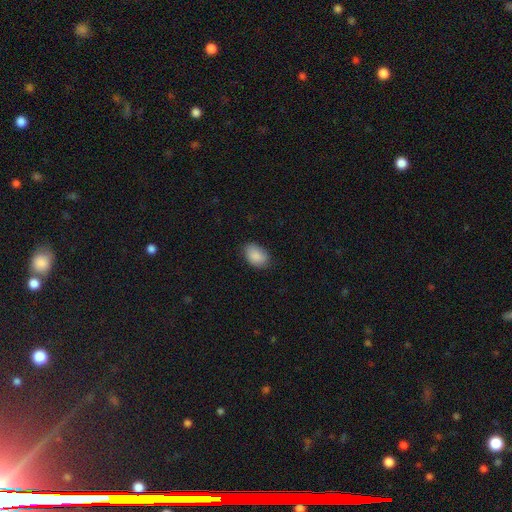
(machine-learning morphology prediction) smooth 88%, star or artifact 7%, featured or disk 5%. Down the decision tree: how rounded — in between (86%); merging — none (78%).